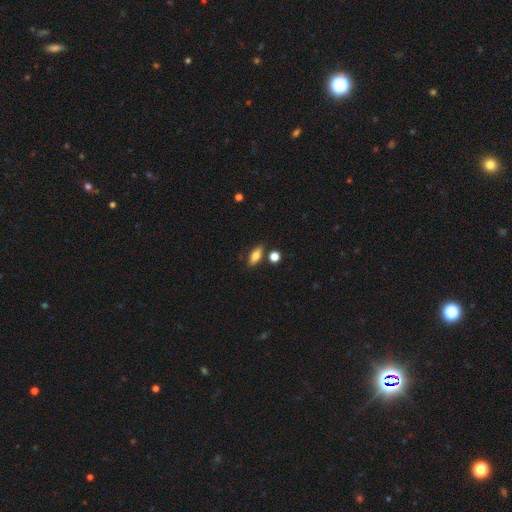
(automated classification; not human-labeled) This is likely a smooth galaxy (73%). How rounded: likely in between (72%). Merging: likely none (79%).